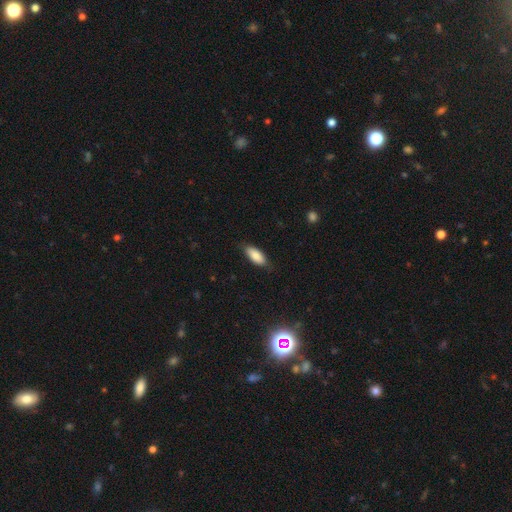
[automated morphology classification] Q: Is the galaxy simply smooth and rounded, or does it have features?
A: smooth — 86%.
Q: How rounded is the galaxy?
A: in between — 84%.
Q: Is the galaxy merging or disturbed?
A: none — 79%.